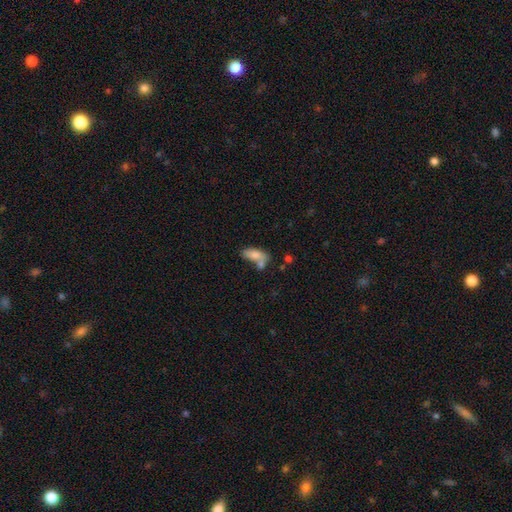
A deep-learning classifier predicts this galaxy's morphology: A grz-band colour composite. It shows a smooth galaxy with no disk features (78%) that is in between round and cigar-shaped (84%). Merging: none (40%).